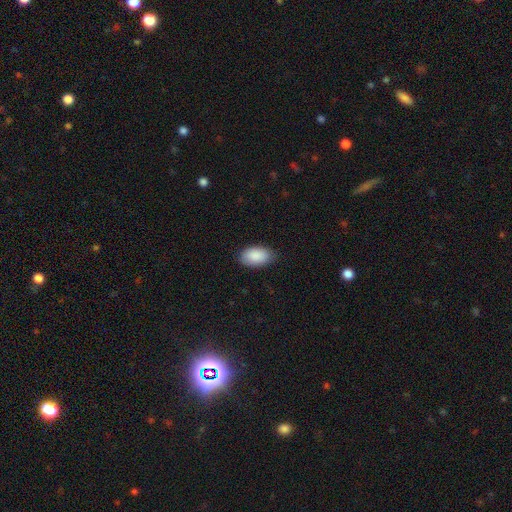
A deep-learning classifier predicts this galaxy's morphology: Smooth or featured? Predicted: smooth (p=0.90). How rounded? Predicted: in between (p=0.95). Merging? Predicted: none (p=0.83).